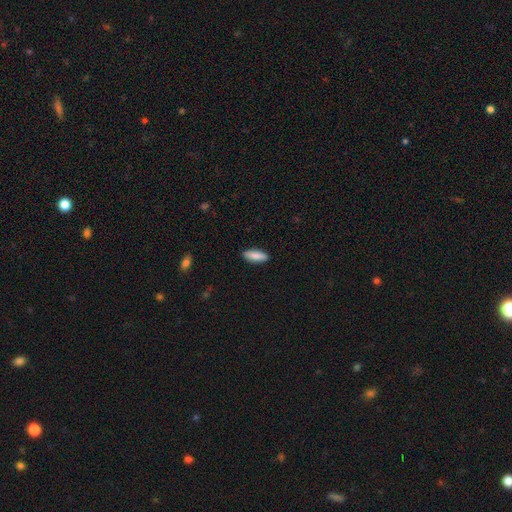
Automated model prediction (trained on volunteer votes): This appears to be a smooth galaxy with no disk features (85%) that is in between round and cigar-shaped (57%). Merging: none (90%).